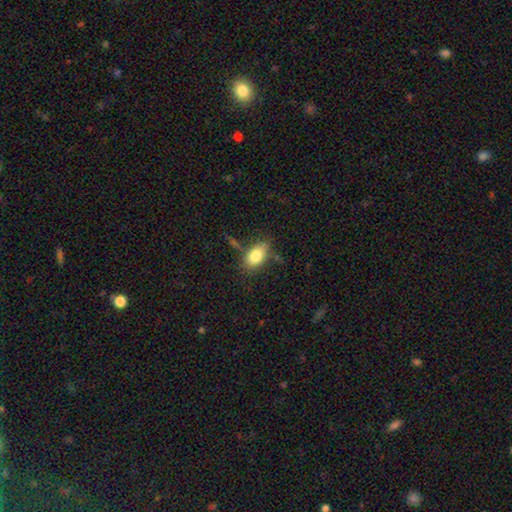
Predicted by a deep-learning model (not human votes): A smooth galaxy with no disk features (79%) that is in between round and cigar-shaped (85%).

Vote fractions:
- Smooth or featured? smooth: 79% / featured or disk: 13% / star or artifact: 8%
- How rounded? in between: 85% / round: 12% / cigar-shaped: 3%
- Merging? none: 66% / minor disturbance: 20% / merger: 8% / major disturbance: 7%